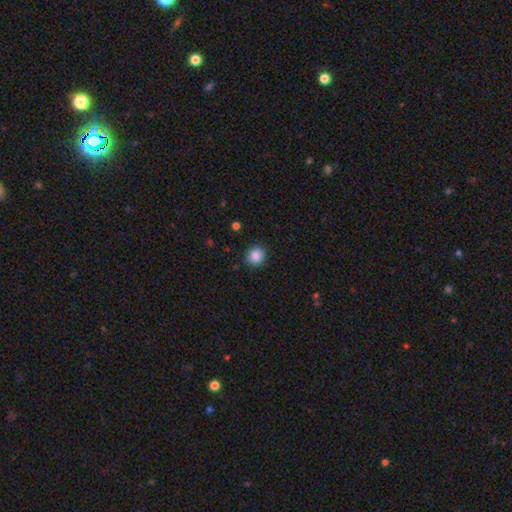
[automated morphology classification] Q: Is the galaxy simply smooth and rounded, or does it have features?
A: smooth — 87%.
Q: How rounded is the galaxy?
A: round — 84%.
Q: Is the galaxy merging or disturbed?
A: none — 88%.